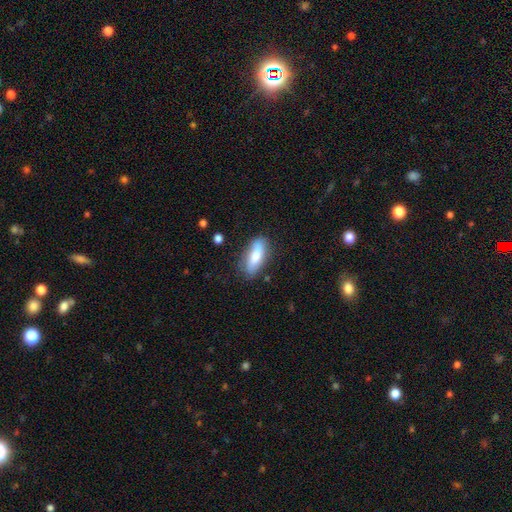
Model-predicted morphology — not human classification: smooth 75%, featured or disk 19%, star or artifact 6%. Down the decision tree: how rounded — in between (64%); merging — none (79%).